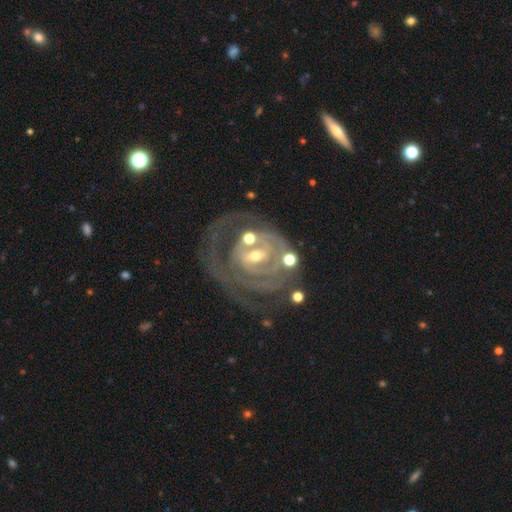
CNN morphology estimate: A featured or disk galaxy (85%) with a weak bar (43%), tight (68%) spiral arms (85%) and a small central bulge (55%). Merging: none (49%).